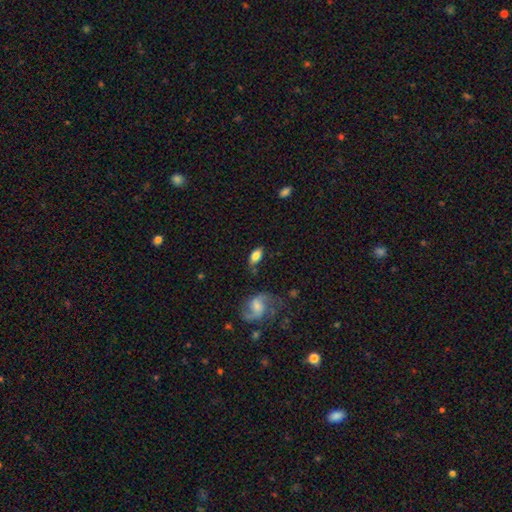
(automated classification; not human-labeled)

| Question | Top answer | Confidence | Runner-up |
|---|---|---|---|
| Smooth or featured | smooth | 73% | featured or disk (20%) |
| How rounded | in between | 89% | cigar-shaped (6%) |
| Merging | none | 71% | minor disturbance (18%) |